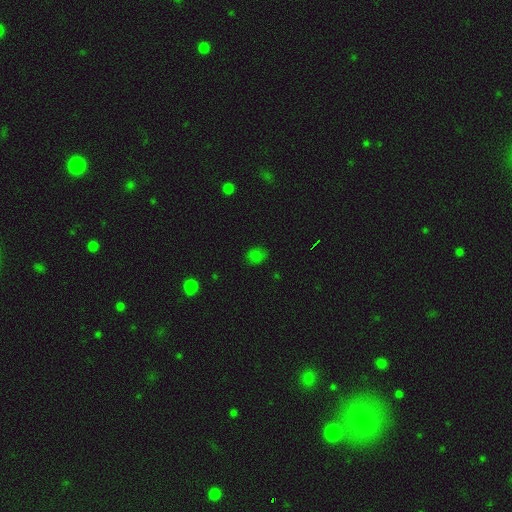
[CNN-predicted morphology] The model was most divided on "how rounded": round: 54%, in between: 45%, cigar-shaped: 1%. More confident: merging — none (77%); smooth or featured — smooth (72%).